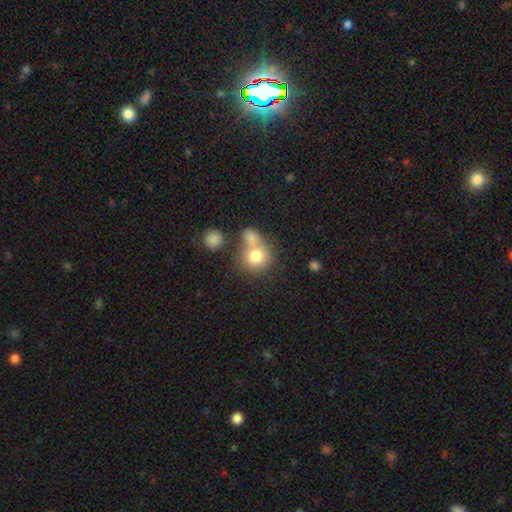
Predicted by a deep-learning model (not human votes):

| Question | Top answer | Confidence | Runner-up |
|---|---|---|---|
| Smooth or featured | smooth | 78% | featured or disk (12%) |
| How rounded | round | 81% | in between (18%) |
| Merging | merger | 46% | none (41%) |